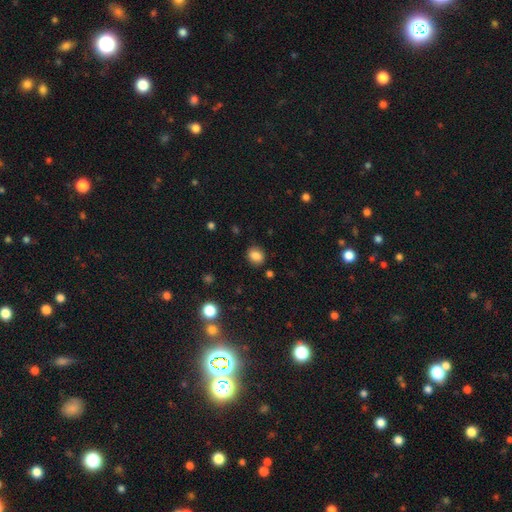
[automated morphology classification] type=smooth (84%); roundness=round (64%); merging=none (86%).